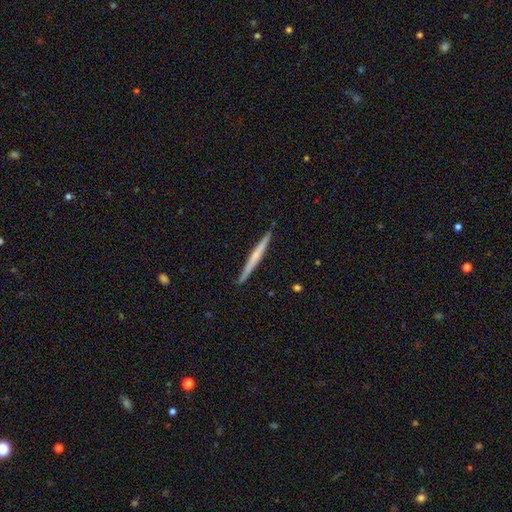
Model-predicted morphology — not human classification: Q: Smooth or featured?
A: featured or disk (50%); runner-up: smooth (45%)
Q: Merging?
A: none (91%); runner-up: minor disturbance (6%)